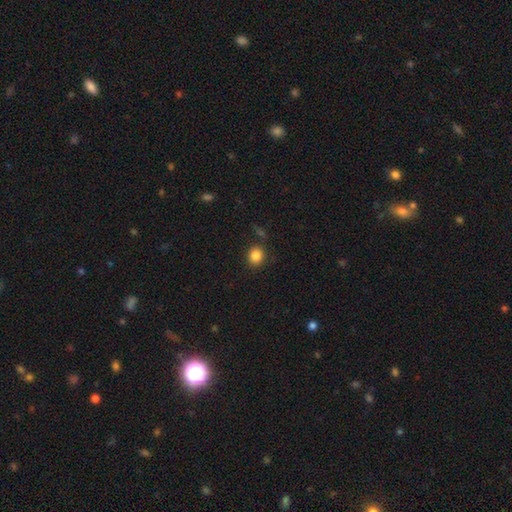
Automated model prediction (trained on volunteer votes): A smooth galaxy with no disk features (85%) that is round (77%). Merging: none (84%).